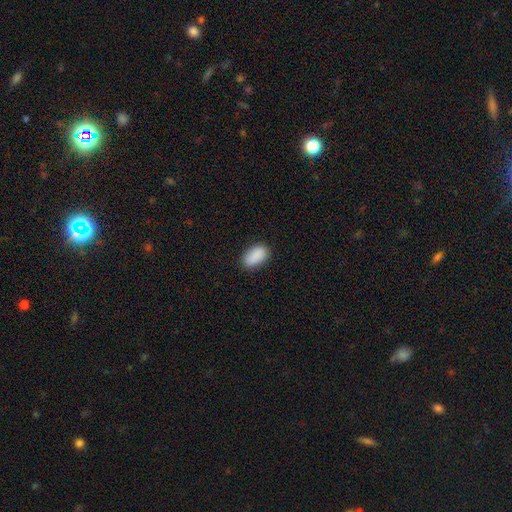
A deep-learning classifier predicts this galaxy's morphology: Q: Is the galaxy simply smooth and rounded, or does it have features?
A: smooth — 90%.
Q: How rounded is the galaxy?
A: in between — 93%.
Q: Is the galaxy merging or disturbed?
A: none — 83%.